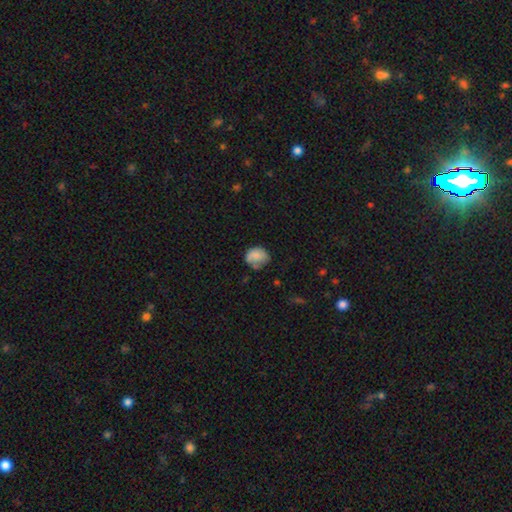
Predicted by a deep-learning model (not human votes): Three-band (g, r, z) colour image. It shows a smooth galaxy with no disk features (74%) that is round (60%). Merging: none (50%).